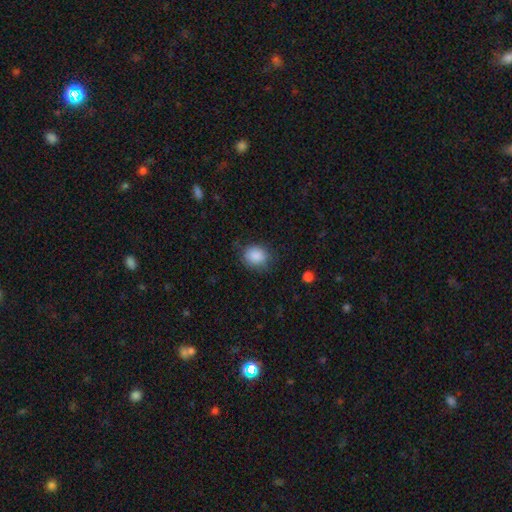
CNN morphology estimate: This is clearly a smooth galaxy (87%). How rounded: likely round (63%). Merging: likely none (76%).